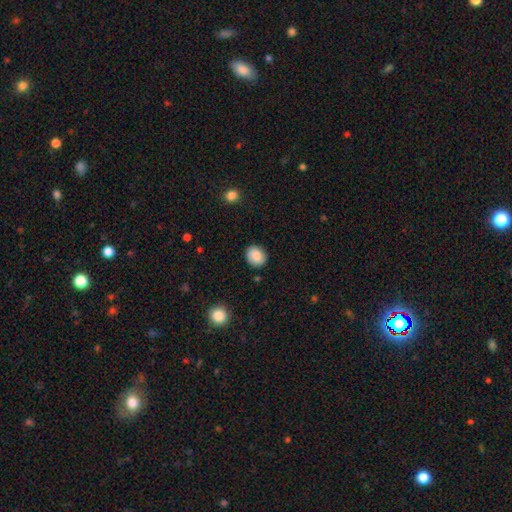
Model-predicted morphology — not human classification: smooth-or-featured: smooth: 85% | star or artifact: 8% | featured or disk: 7%
  how-rounded: round: 61% | in between: 38% | cigar-shaped: 1%
  merging: none: 85% | minor disturbance: 11% | major disturbance: 3% | merger: 1%